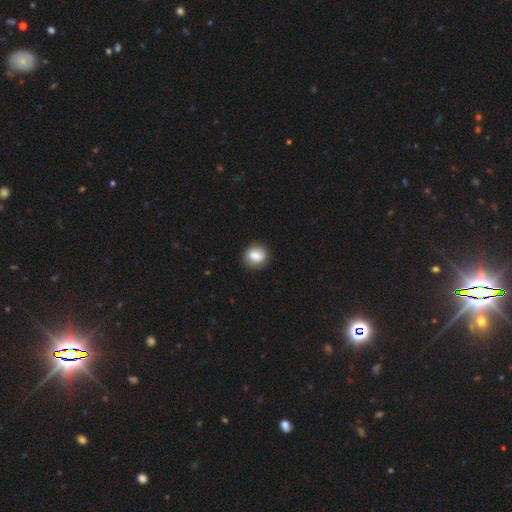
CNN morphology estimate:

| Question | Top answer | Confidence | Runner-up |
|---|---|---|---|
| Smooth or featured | smooth | 77% | featured or disk (14%) |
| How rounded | round | 68% | in between (30%) |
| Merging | none | 78% | minor disturbance (15%) |